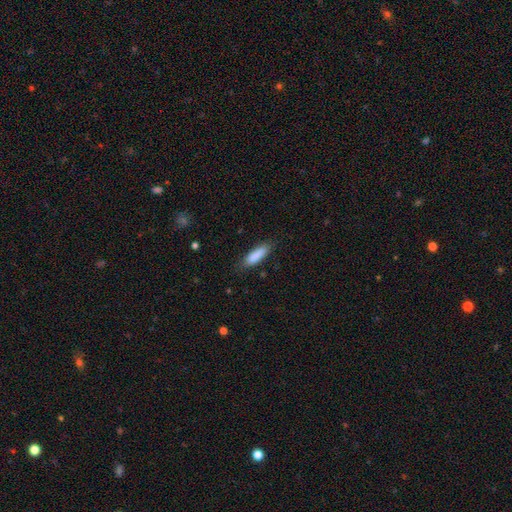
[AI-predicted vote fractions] smooth_or_featured: smooth (p=0.87) [alt: featured or disk p=0.07]
how_rounded: cigar-shaped (p=0.58) [alt: in between p=0.40]
merging: none (p=0.82) [alt: minor disturbance p=0.14]